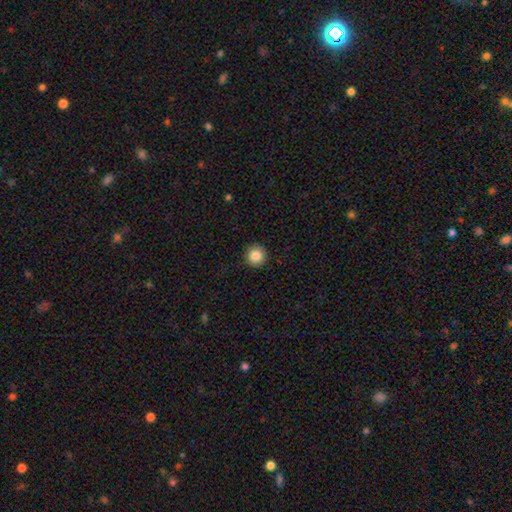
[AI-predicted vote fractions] The model was most divided on "smooth or featured": smooth: 86%, star or artifact: 9%, featured or disk: 5%. More confident: how rounded — round (96%); merging — none (92%).